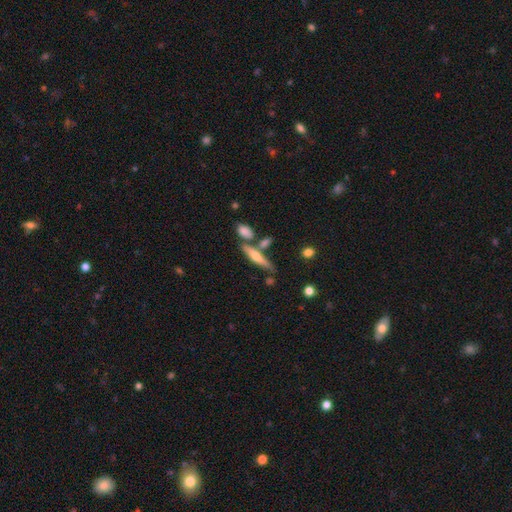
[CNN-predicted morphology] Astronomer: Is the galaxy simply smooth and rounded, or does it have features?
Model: featured or disk — 51% (runner-up: smooth, 41%).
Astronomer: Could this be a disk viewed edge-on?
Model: yes — 92%.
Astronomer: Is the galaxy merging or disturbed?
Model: none — 65%.